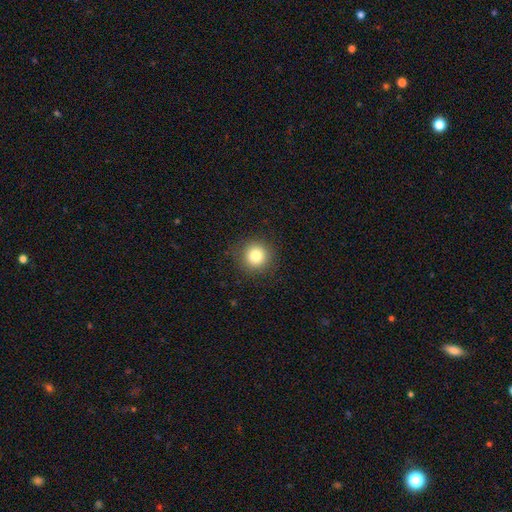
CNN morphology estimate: Q: Smooth or featured?
A: smooth (81%); runner-up: star or artifact (11%)
Q: How rounded?
A: round (94%); runner-up: in between (5%)
Q: Merging?
A: none (89%); runner-up: minor disturbance (7%)